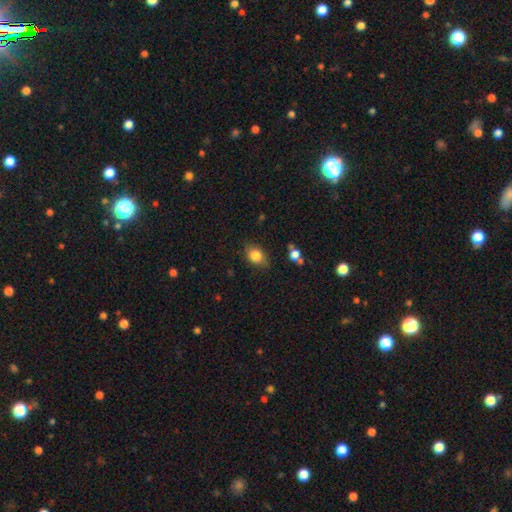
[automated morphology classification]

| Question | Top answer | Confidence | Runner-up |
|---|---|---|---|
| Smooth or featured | smooth | 82% | star or artifact (9%) |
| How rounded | in between | 72% | round (27%) |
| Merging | none | 77% | minor disturbance (17%) |